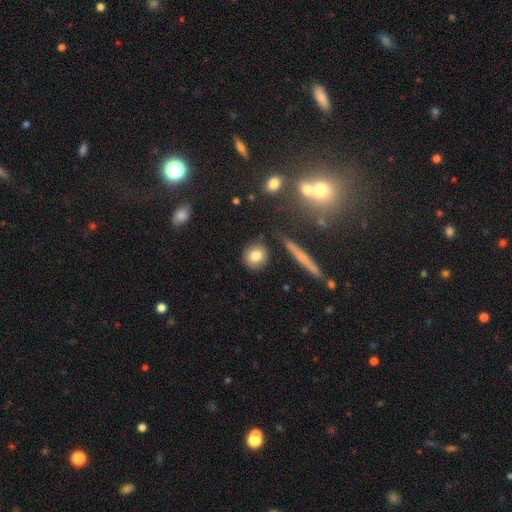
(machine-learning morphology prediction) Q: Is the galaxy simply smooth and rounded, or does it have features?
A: smooth — 80%.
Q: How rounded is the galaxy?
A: round — 87%.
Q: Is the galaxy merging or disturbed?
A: none — 87%.